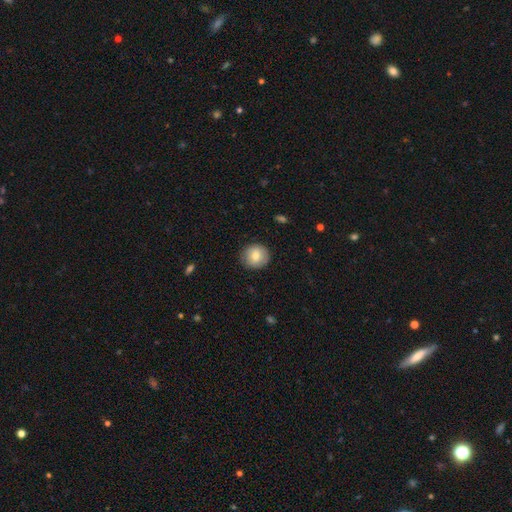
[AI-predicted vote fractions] Smooth or featured? smooth (80%)
How rounded? round (88%)
Merging? none (88%)